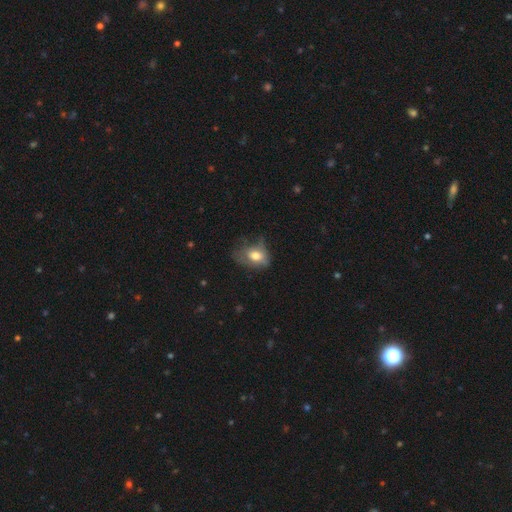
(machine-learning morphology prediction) This is likely a smooth galaxy (65%). How rounded: likely in between (74%). Merging: marginally none (35%, tied with minor disturbance).